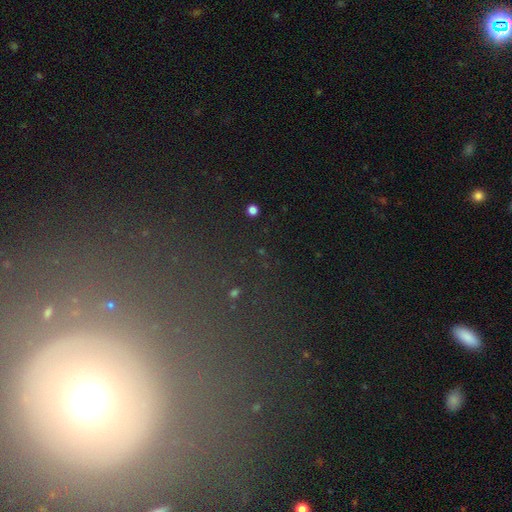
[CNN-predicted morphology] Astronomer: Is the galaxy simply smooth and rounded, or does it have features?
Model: featured or disk — 38% (runner-up: star or artifact, 32%).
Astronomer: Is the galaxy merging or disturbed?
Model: none — 73%.